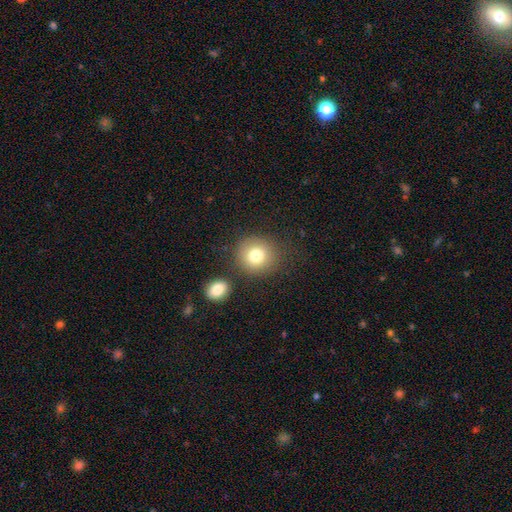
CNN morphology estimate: Smooth or featured? Predicted: smooth (p=0.78). How rounded? Predicted: round (p=0.87). Merging? Predicted: none (p=0.74).